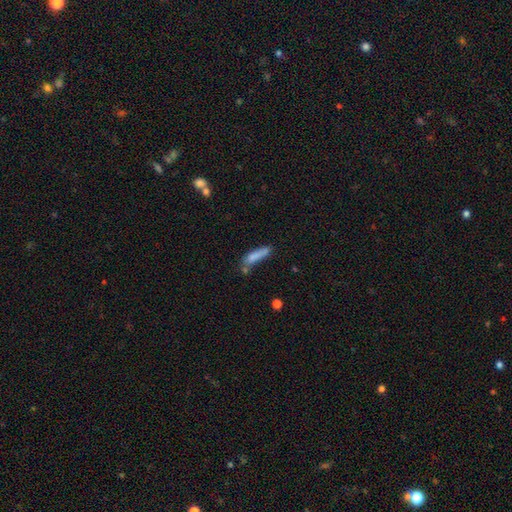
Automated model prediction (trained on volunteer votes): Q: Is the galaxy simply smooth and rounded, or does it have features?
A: smooth — 76%.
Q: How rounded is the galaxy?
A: cigar-shaped — 76%.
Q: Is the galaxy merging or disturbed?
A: none — 50%.